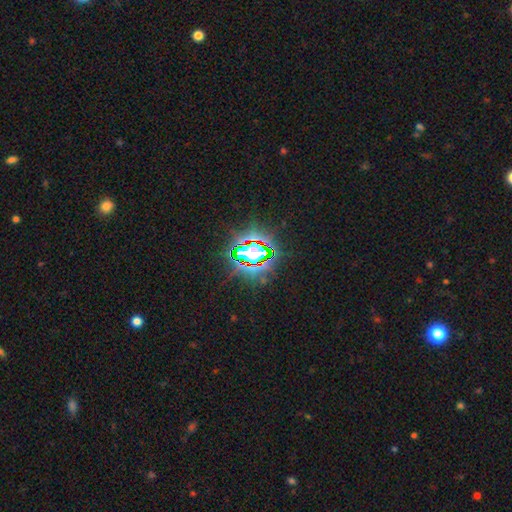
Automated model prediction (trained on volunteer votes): This is likely a star or artifact rather than a galaxy (76%).